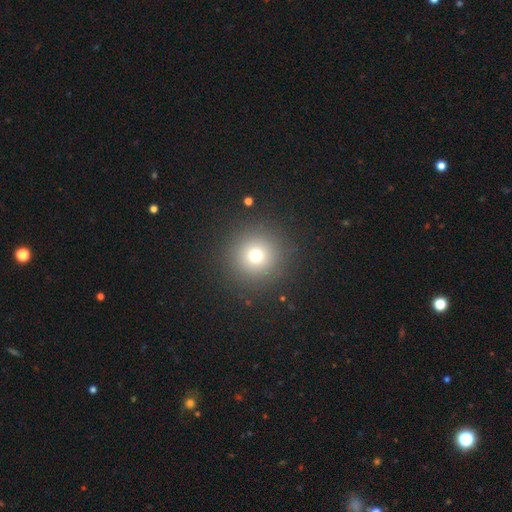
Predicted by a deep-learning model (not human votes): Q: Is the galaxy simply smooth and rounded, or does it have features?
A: smooth — 73%.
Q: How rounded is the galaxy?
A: round — 96%.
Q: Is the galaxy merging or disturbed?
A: none — 90%.